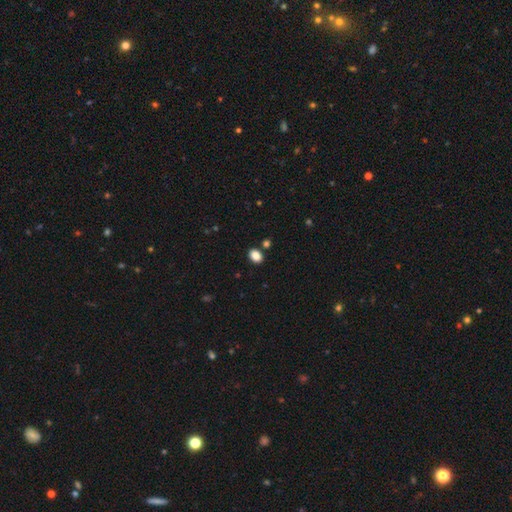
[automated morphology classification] A smooth galaxy with no disk features (86%) that is in between round and cigar-shaped (69%).

Vote fractions:
- Smooth or featured? smooth: 86% / star or artifact: 10% / featured or disk: 4%
- How rounded? in between: 69% / round: 30% / cigar-shaped: 1%
- Merging? none: 84% / minor disturbance: 9% / merger: 5% / major disturbance: 2%